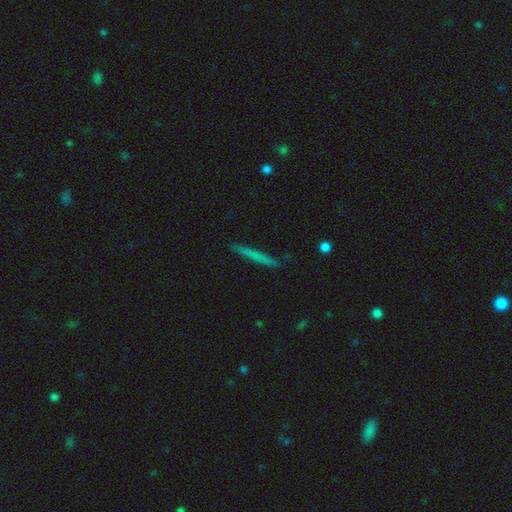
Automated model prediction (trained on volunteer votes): This appears to be a smooth galaxy with no disk features (58%) that is cigar-shaped (96%). Merging: none (90%).